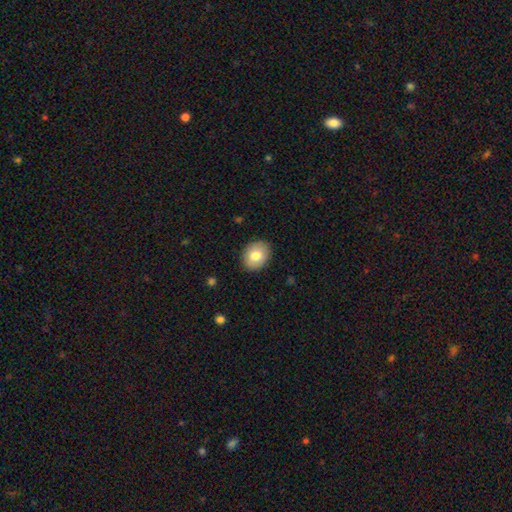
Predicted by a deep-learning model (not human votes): Smooth or featured: smooth — 79% (featured or disk — 13%)
How rounded: in between — 54% (round — 45%)
Merging: none — 88% (minor disturbance — 9%)